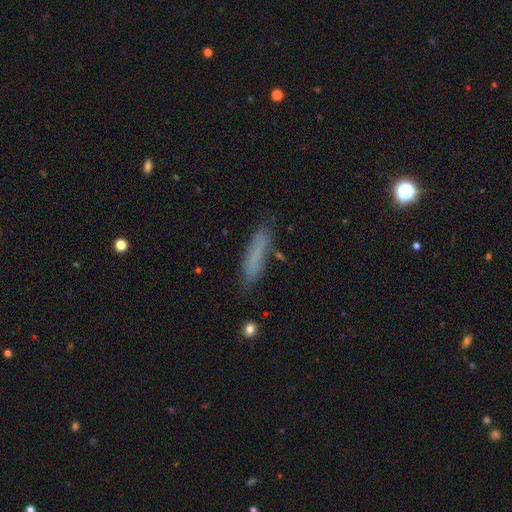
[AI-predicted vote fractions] A smooth galaxy with no disk features (74%) that is cigar-shaped (78%).

Vote fractions:
- Smooth or featured? smooth: 74% / featured or disk: 16% / star or artifact: 9%
- How rounded? cigar-shaped: 78% / in between: 20% / round: 2%
- Merging? none: 77% / minor disturbance: 16% / major disturbance: 4% / merger: 3%